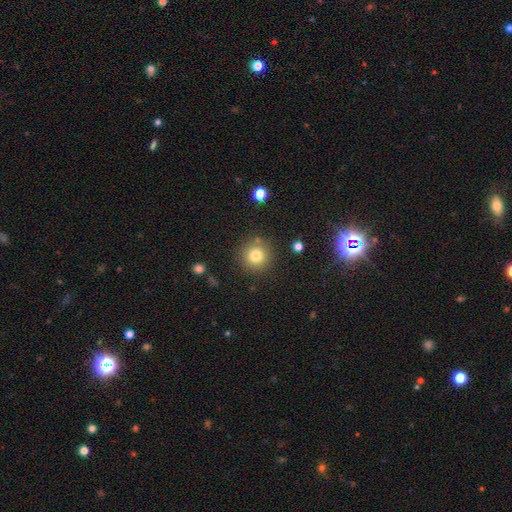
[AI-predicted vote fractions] Smooth or featured? smooth (80%)
How rounded? round (95%)
Merging? none (85%)